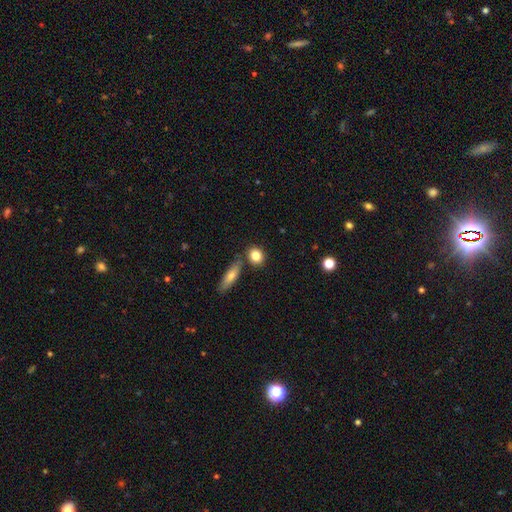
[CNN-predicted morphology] The model was most divided on "how rounded": round: 66%, in between: 29%, cigar-shaped: 5%. More confident: smooth or featured — smooth (82%); merging — none (73%).